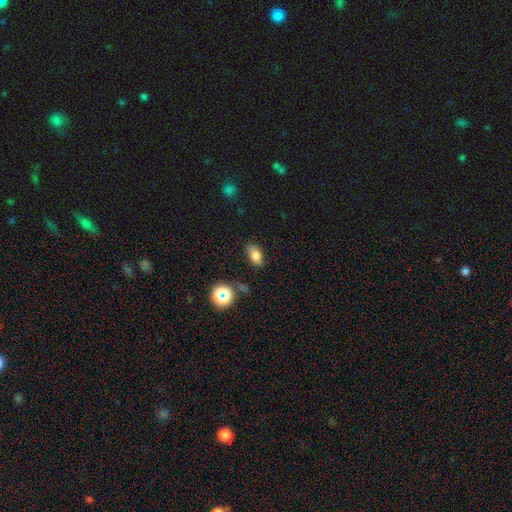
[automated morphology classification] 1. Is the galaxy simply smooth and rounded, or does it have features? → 77% smooth, 12% star or artifact, 11% featured or disk.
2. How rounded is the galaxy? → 86% in between, 11% round, 3% cigar-shaped.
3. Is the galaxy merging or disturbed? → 79% none, 15% minor disturbance, 3% major disturbance, 2% merger.